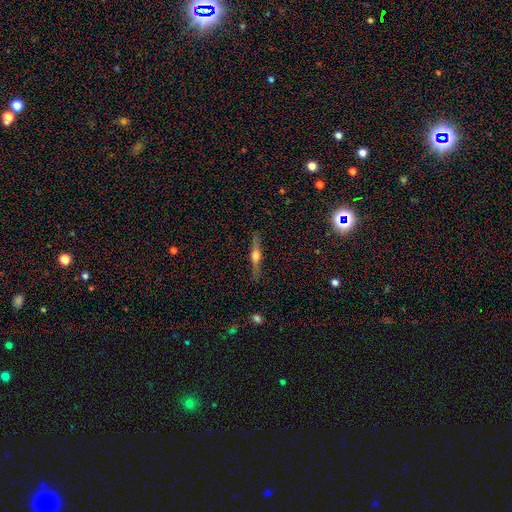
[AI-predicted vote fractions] This appears to be a featured or disk galaxy (63%) viewed edge-on (96%) with a rounded central bulge (90%). Merging: none (86%).